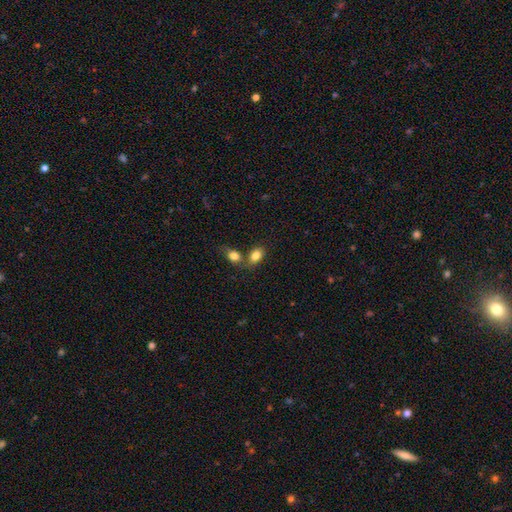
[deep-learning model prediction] Smooth or featured: smooth — 83% (featured or disk — 9%)
How rounded: in between — 84% (round — 14%)
Merging: none — 49% (merger — 37%)